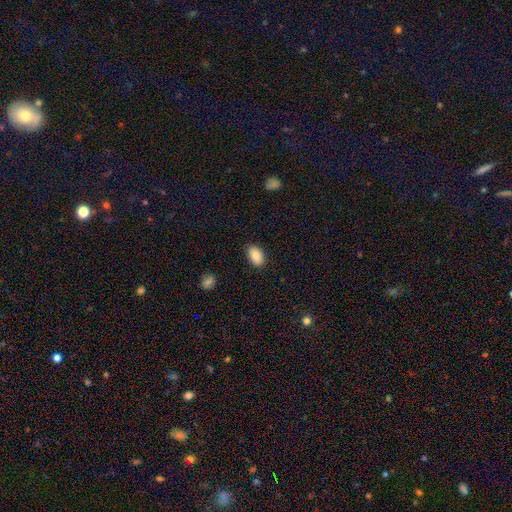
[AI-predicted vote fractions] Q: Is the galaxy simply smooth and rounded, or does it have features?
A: smooth — 86%.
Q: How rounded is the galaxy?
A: in between — 92%.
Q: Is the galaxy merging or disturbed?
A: none — 85%.